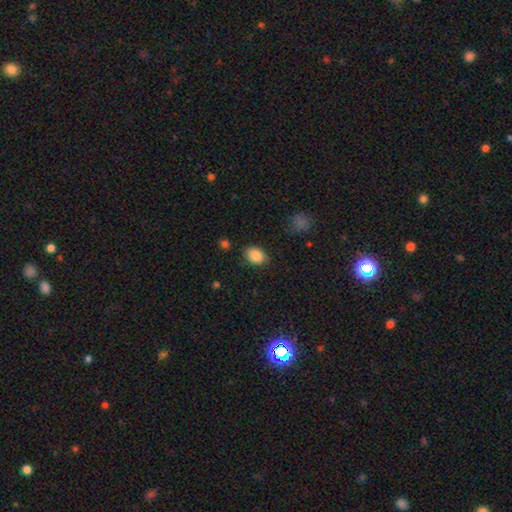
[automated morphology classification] Smooth or featured?
  - smooth: 87% *
  - star or artifact: 8%
  - featured or disk: 5%
How rounded?
  - in between: 69% *
  - round: 30%
  - cigar-shaped: 1%
Merging?
  - none: 80% *
  - minor disturbance: 15%
  - major disturbance: 3%
  - merger: 2%